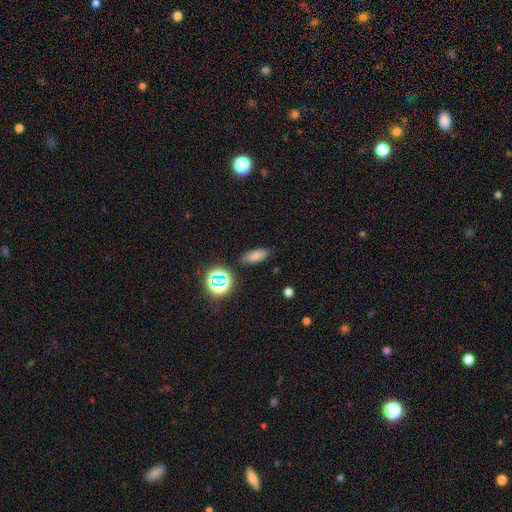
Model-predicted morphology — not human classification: Q: Smooth or featured?
A: smooth (74%); runner-up: star or artifact (17%)
Q: How rounded?
A: in between (77%); runner-up: cigar-shaped (17%)
Q: Merging?
A: none (84%); runner-up: minor disturbance (11%)